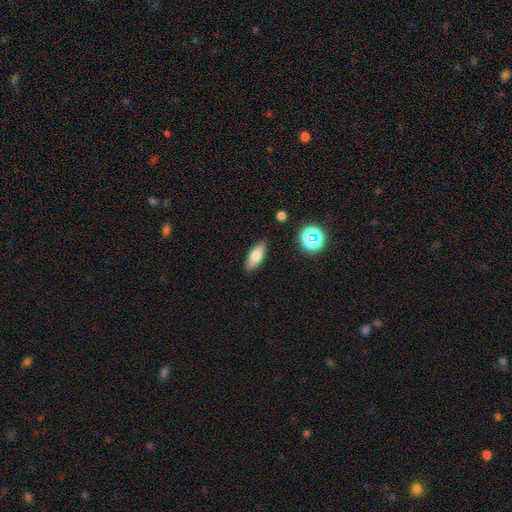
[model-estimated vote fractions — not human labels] Overall: smooth (76%). How rounded: in between (72%). Merging: none (87%).